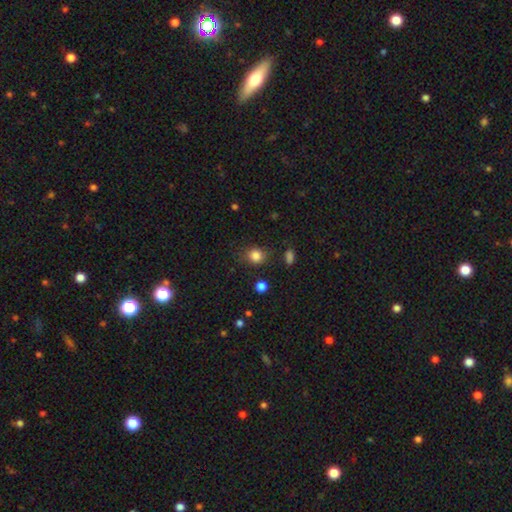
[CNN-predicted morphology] Smooth or featured? Predicted: smooth (p=0.84). How rounded? Predicted: round (p=0.73). Merging? Predicted: none (p=0.79).